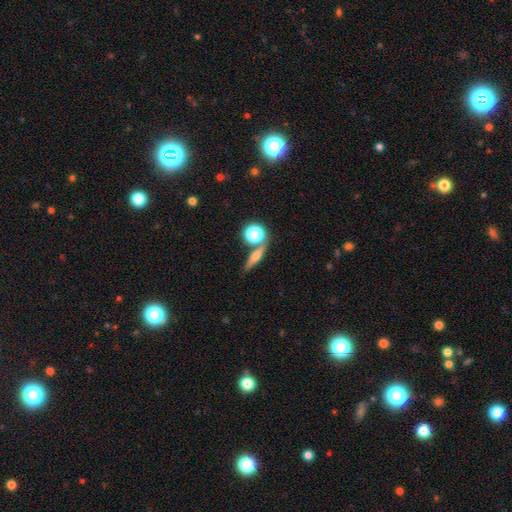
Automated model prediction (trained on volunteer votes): Morphology: type=featured or disk (47%); merging=none (74%).